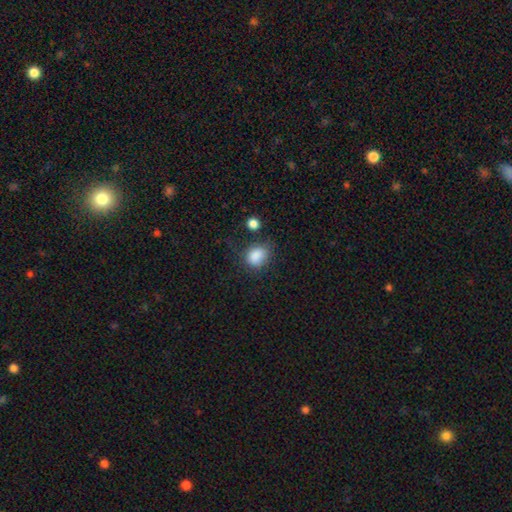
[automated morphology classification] This is clearly a smooth galaxy (85%). How rounded: possibly in between (57%). Merging: possibly none (56%).